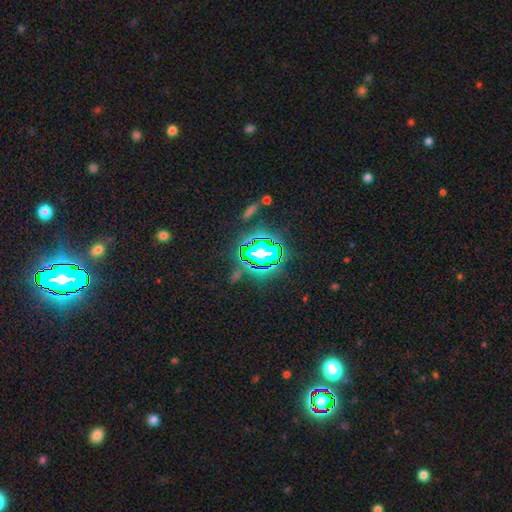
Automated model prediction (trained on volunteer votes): A star or artifact, not a galaxy (65%).

Vote fractions:
- Smooth or featured? star or artifact: 65% / smooth: 21% / featured or disk: 15%